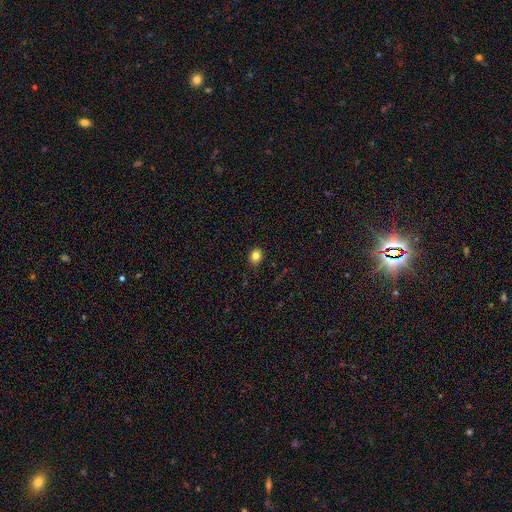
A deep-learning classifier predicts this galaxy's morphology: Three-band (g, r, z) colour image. It shows a smooth galaxy with no disk features (82%) that is round (61%). Merging: none (87%).